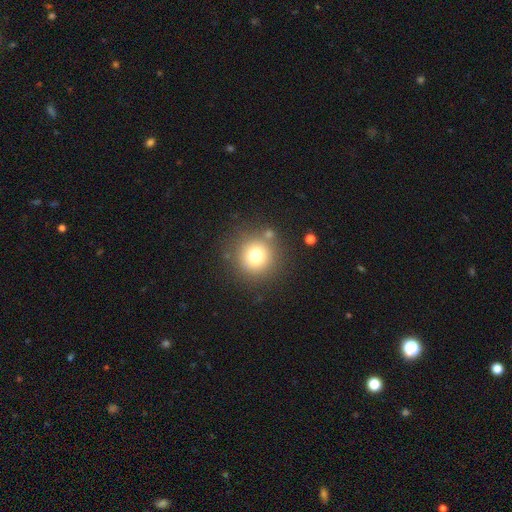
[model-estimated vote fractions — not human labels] Smooth or featured? smooth (76%)
How rounded? round (94%)
Merging? none (82%)